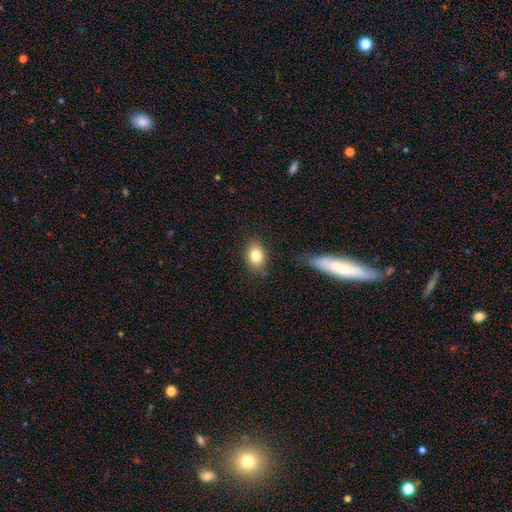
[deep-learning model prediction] Smooth or featured: smooth — 81% (featured or disk — 9%)
How rounded: in between — 70% (round — 28%)
Merging: none — 82% (minor disturbance — 12%)